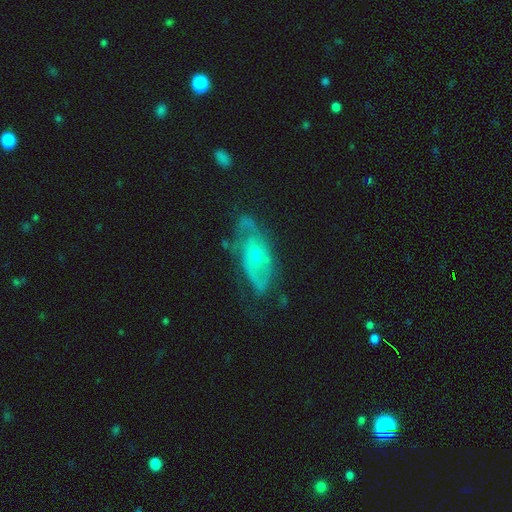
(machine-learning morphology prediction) A featured or disk galaxy (75%) with no bar (68%), 2 (45%) tight (43%) spiral arms (76%) and a moderate central bulge (55%). Merging: none (61%).